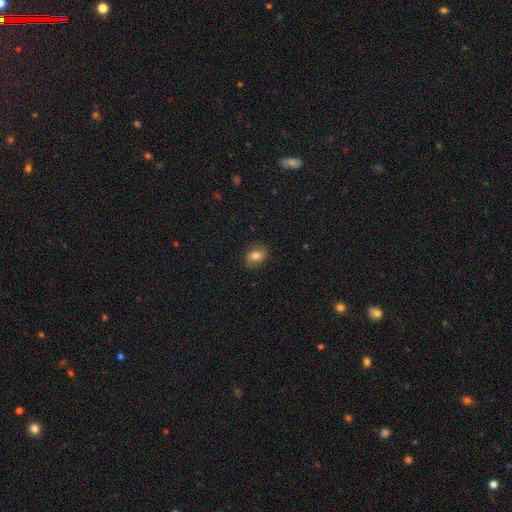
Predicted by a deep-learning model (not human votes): smooth-or-featured: smooth: 62% | featured or disk: 27% | star or artifact: 11%
  how-rounded: in between: 51% | round: 47% | cigar-shaped: 1%
  merging: none: 82% | minor disturbance: 13% | major disturbance: 4% | merger: 1%